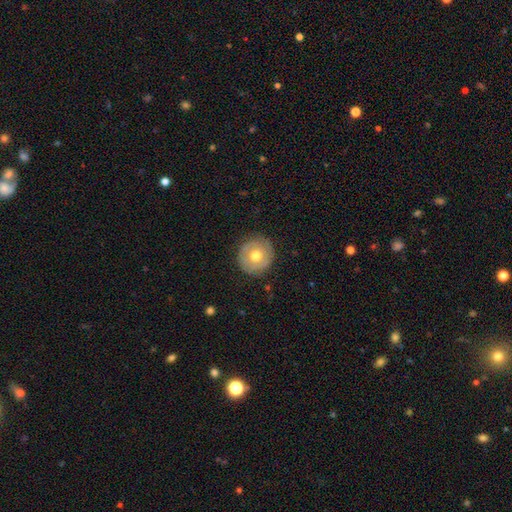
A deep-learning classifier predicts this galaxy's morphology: Smooth or featured: featured or disk — 50% (smooth — 43%)
Edge-on disk: no — 96% (yes — 4%)
Merging: none — 83% (minor disturbance — 12%)